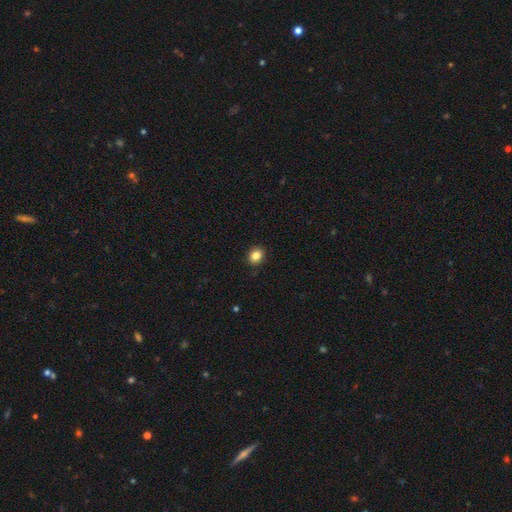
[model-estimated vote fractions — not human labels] The model was most divided on "how rounded": round: 57%, in between: 42%, cigar-shaped: 1%. More confident: merging — none (90%); smooth or featured — smooth (85%).